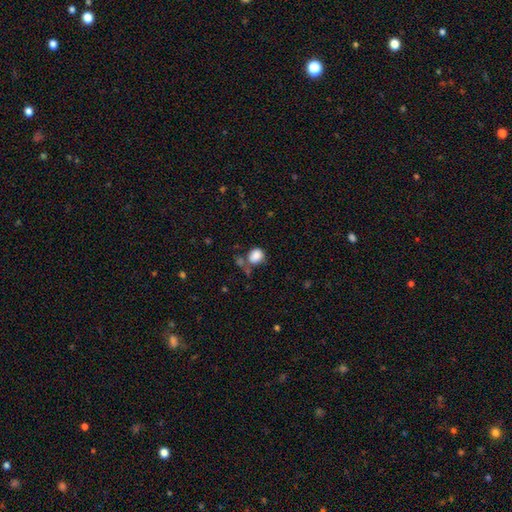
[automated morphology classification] Smooth or featured? smooth (86%)
How rounded? round (59%)
Merging? none (54%)